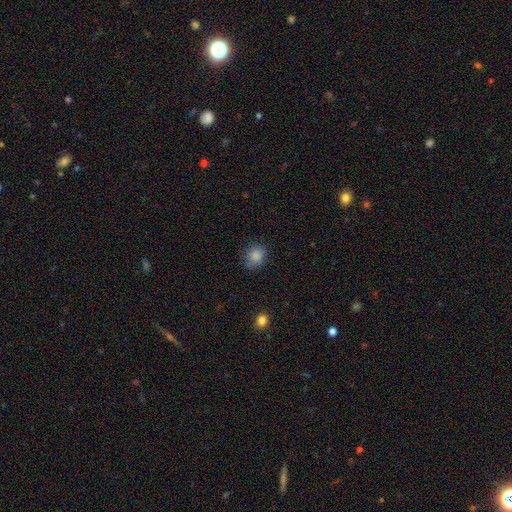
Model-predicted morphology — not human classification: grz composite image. It shows a smooth galaxy with no disk features (86%) that is round (74%). Merging: none (80%).